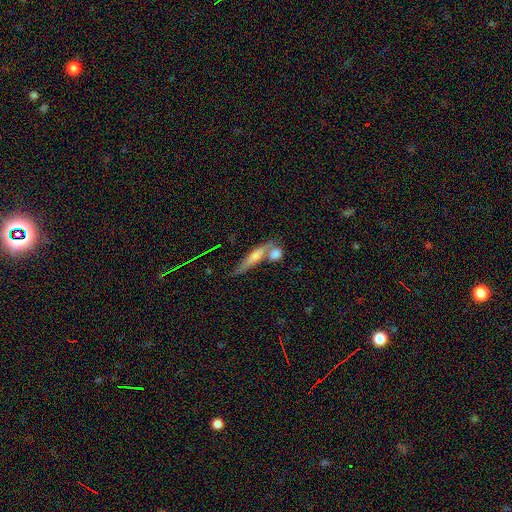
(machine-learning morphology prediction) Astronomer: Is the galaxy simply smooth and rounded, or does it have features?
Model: smooth — 45% (runner-up: featured or disk, 44%).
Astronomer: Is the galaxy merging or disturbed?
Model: none — 52% (runner-up: merger, 30%).